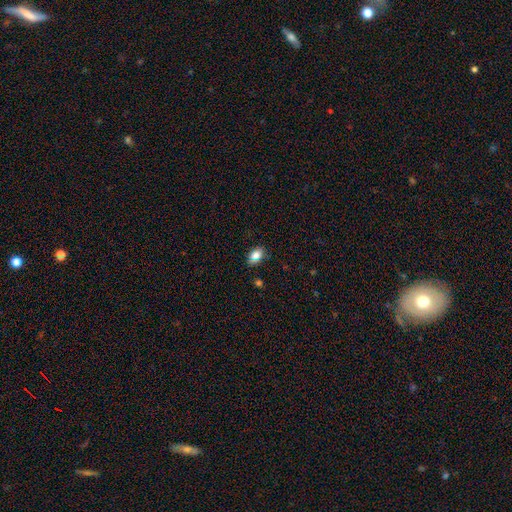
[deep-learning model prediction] Smooth or featured? smooth (80%)
How rounded? in between (81%)
Merging? none (77%)